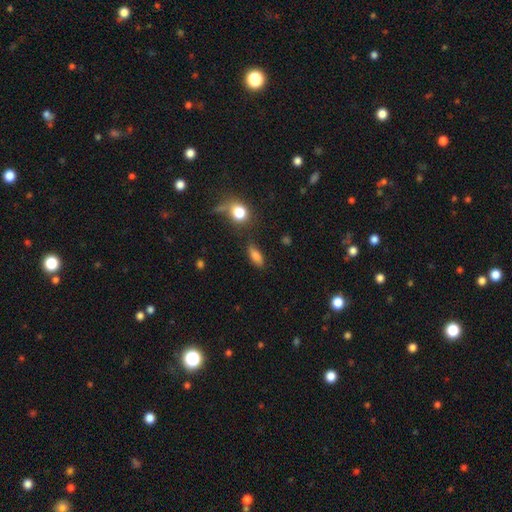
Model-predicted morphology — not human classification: A smooth galaxy with no disk features (78%) that is in between round and cigar-shaped (70%). Merging: none (73%).